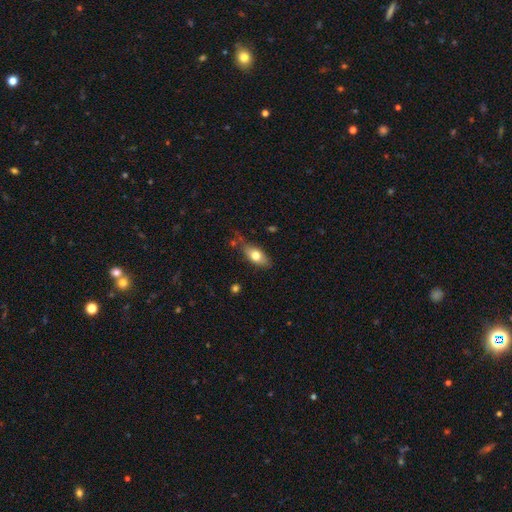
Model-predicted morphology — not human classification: smooth_or_featured: smooth (p=0.73) [alt: featured or disk p=0.20]
how_rounded: in between (p=0.84) [alt: cigar-shaped p=0.11]
merging: none (p=0.65) [alt: minor disturbance p=0.24]